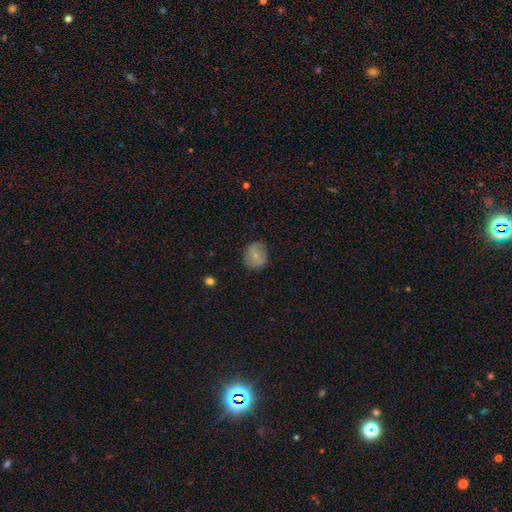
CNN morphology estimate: Overall: smooth (65%; featured or disk 27%). How rounded: round (70%). Merging: none (80%).